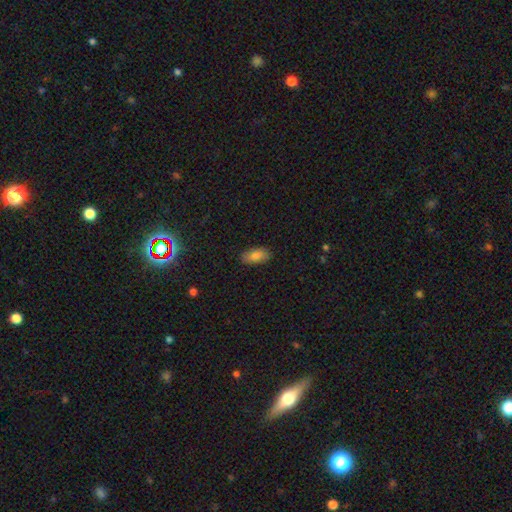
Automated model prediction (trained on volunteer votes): smooth_or_featured: smooth (p=0.81) [alt: featured or disk p=0.11]
how_rounded: in between (p=0.90) [alt: cigar-shaped p=0.07]
merging: none (p=0.86) [alt: minor disturbance p=0.10]